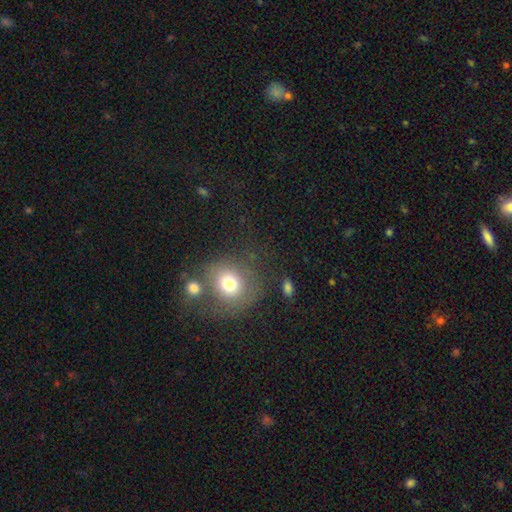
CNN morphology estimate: type=smooth (65%); roundness=round (82%); merging=none (55%).